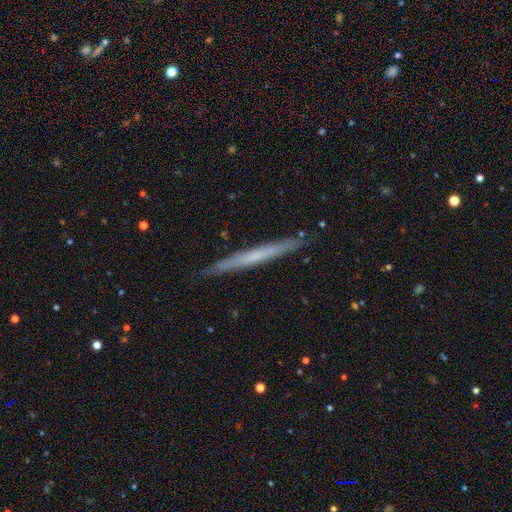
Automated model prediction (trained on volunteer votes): A featured or disk galaxy (50%). Merging: none (89%).